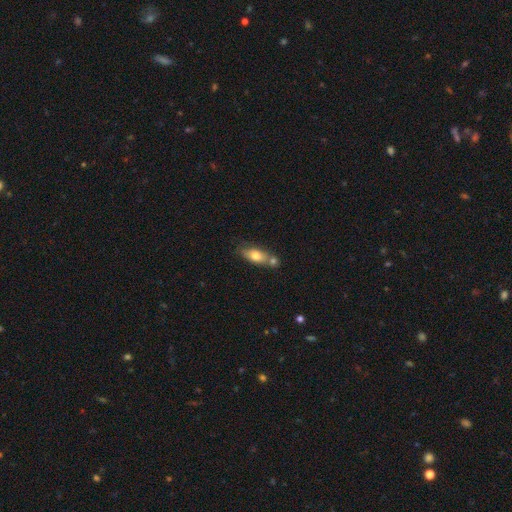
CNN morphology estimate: This is likely a smooth galaxy (71%). How rounded: likely in between (77%). Merging: possibly none (47%).